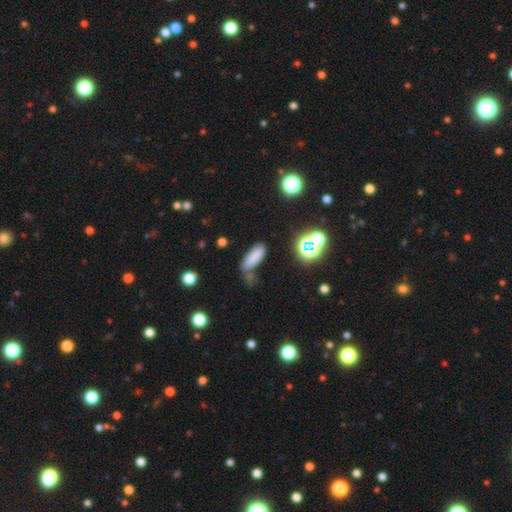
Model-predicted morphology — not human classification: Smooth or featured: smooth — 77% (star or artifact — 15%)
How rounded: in between — 62% (cigar-shaped — 35%)
Merging: none — 57% (minor disturbance — 20%)